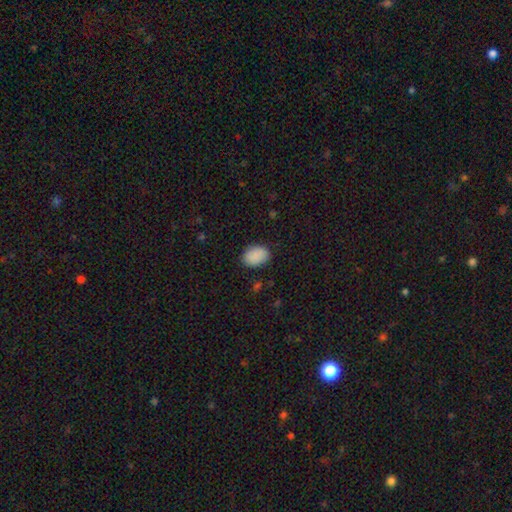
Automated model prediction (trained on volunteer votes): A smooth galaxy with no disk features (90%) that is in between round and cigar-shaped (80%).

Vote fractions:
- Smooth or featured? smooth: 90% / star or artifact: 7% / featured or disk: 3%
- How rounded? in between: 80% / round: 19% / cigar-shaped: 1%
- Merging? none: 86% / minor disturbance: 10% / major disturbance: 2% / merger: 1%